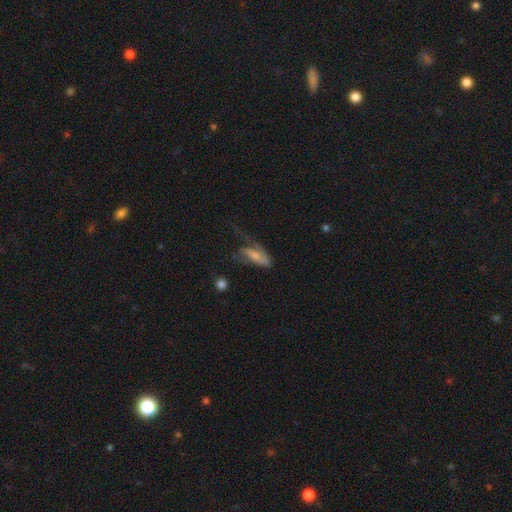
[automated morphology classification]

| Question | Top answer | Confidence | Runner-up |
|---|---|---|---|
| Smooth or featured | smooth | 54% | featured or disk (38%) |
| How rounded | in between | 70% | cigar-shaped (27%) |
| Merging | major disturbance | 51% | none (23%) |